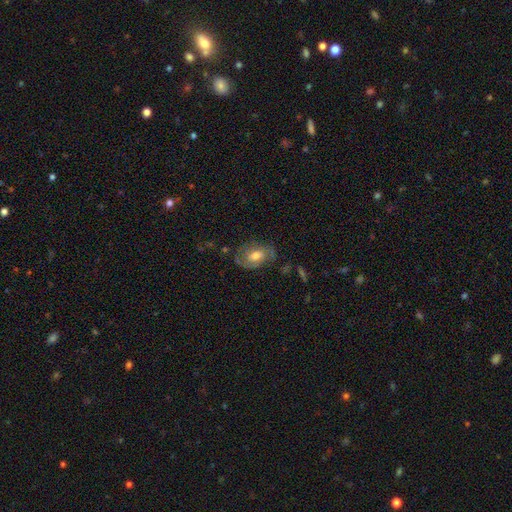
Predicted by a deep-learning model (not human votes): Smooth or featured? featured or disk (58%)
Edge-on disk? no (94%)
Bar? no (51%)
Spiral arms? yes (78%)
Bulge size? moderate (65%)
Merging? none (62%)